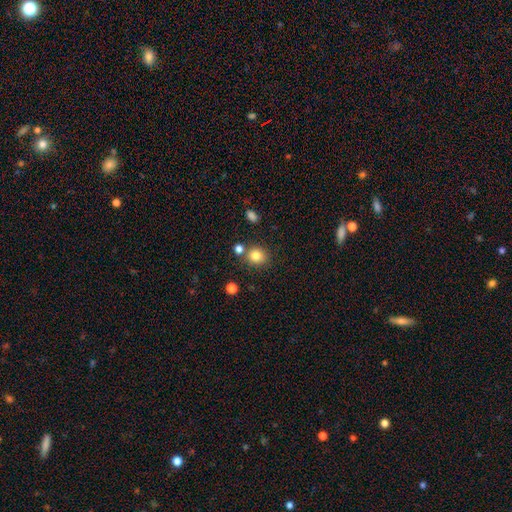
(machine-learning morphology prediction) A smooth galaxy with no disk features (82%) that is round (80%).

Vote fractions:
- Smooth or featured? smooth: 82% / star or artifact: 11% / featured or disk: 6%
- How rounded? round: 80% / in between: 19% / cigar-shaped: 1%
- Merging? none: 75% / merger: 12% / minor disturbance: 10% / major disturbance: 3%